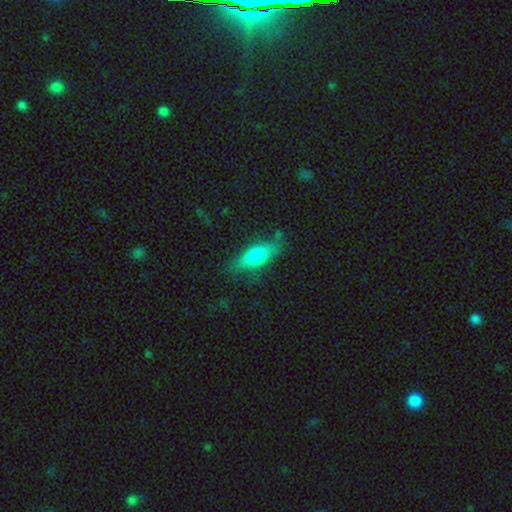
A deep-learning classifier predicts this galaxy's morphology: This appears to be a smooth galaxy with no disk features (70%) that is in between round and cigar-shaped (61%). Merging: none (71%).